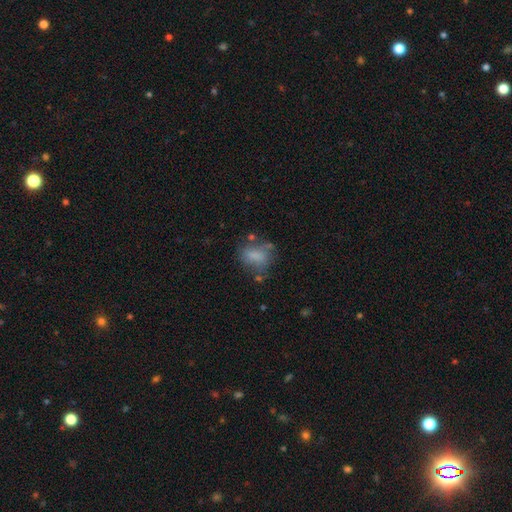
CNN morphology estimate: type=smooth (66%); roundness=in between (70%); merging=none (47%).